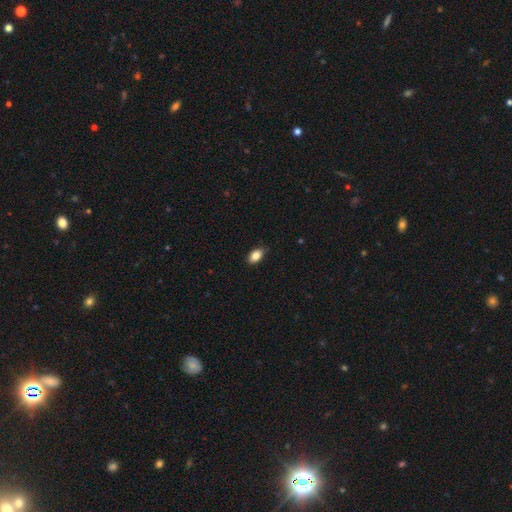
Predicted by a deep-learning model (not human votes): A smooth galaxy with no disk features (86%) that is in between round and cigar-shaped (89%).

Vote fractions:
- Smooth or featured? smooth: 86% / star or artifact: 8% / featured or disk: 6%
- How rounded? in between: 89% / round: 9% / cigar-shaped: 2%
- Merging? none: 85% / minor disturbance: 12% / major disturbance: 2% / merger: 1%